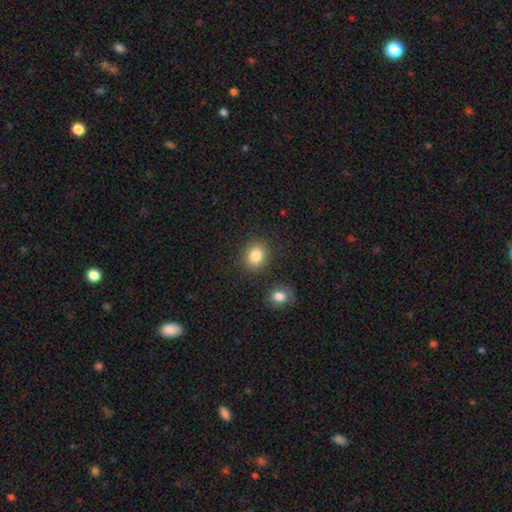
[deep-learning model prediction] Morphology: type=smooth (85%); roundness=round (63%); merging=none (83%).